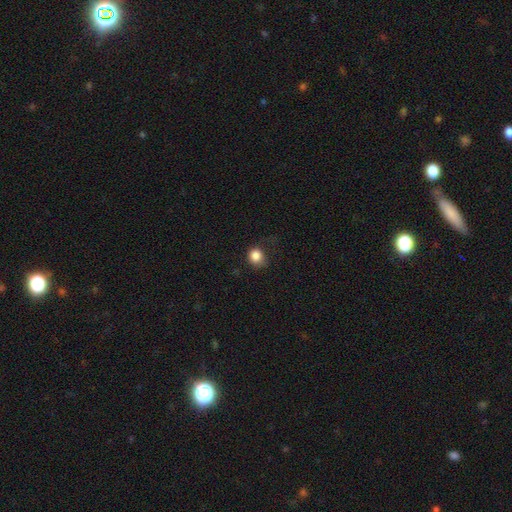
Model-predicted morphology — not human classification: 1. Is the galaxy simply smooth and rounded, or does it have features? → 85% smooth, 11% star or artifact, 5% featured or disk.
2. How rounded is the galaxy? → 79% round, 20% in between, 1% cigar-shaped.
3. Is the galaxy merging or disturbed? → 65% none, 23% minor disturbance, 11% major disturbance, 1% merger.